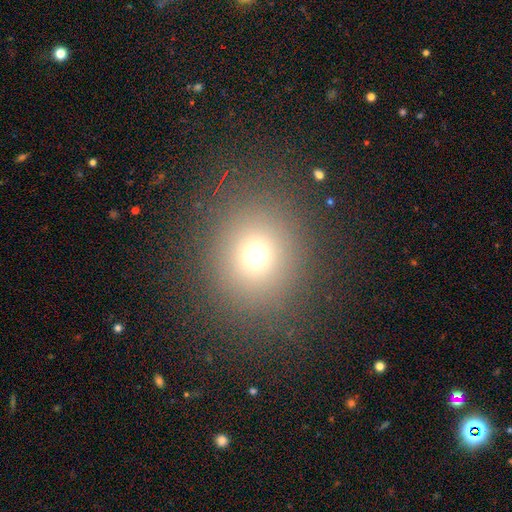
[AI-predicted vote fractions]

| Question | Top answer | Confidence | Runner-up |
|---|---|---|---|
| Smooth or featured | smooth | 69% | star or artifact (22%) |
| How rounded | round | 83% | in between (16%) |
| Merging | none | 87% | minor disturbance (7%) |